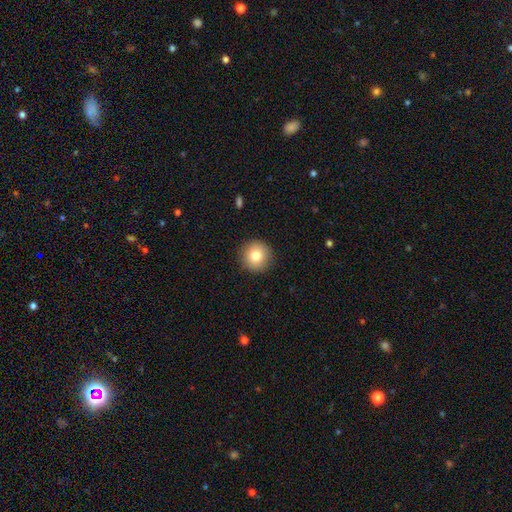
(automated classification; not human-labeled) Morphology: type=smooth (80%); roundness=round (95%); merging=none (91%).